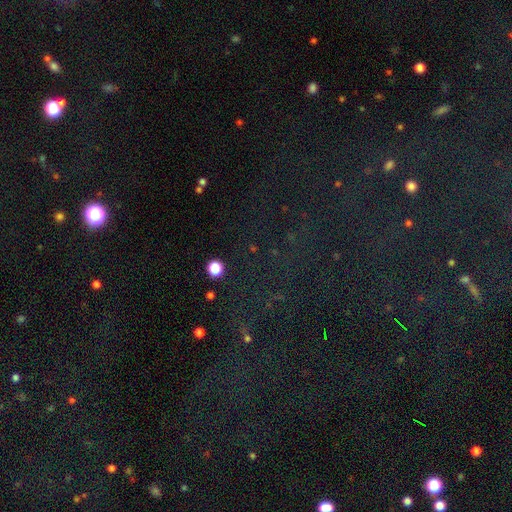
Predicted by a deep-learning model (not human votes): star or artifact 77%, smooth 13%, featured or disk 10%.